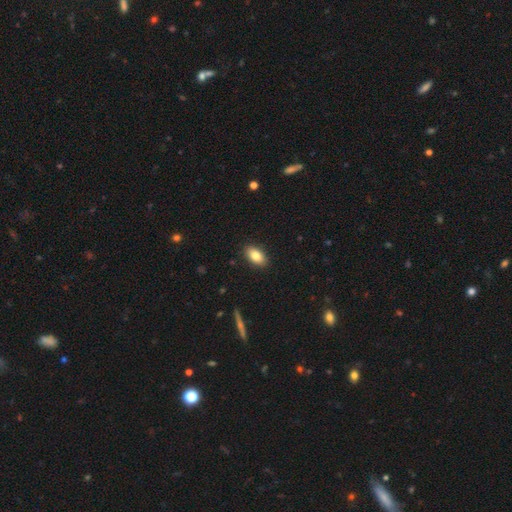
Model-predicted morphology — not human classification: Smooth or featured?
  - smooth: 82% *
  - featured or disk: 10%
  - star or artifact: 8%
How rounded?
  - in between: 91% *
  - round: 6%
  - cigar-shaped: 3%
Merging?
  - none: 89% *
  - minor disturbance: 8%
  - major disturbance: 2%
  - merger: 1%